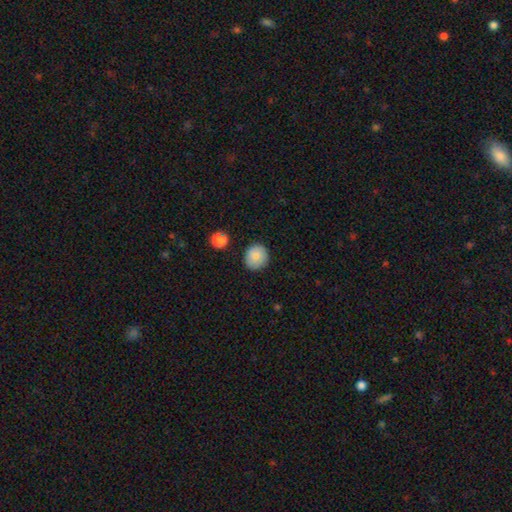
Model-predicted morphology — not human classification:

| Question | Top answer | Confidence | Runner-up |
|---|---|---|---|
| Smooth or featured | smooth | 84% | star or artifact (8%) |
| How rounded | round | 85% | in between (14%) |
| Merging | none | 88% | minor disturbance (9%) |